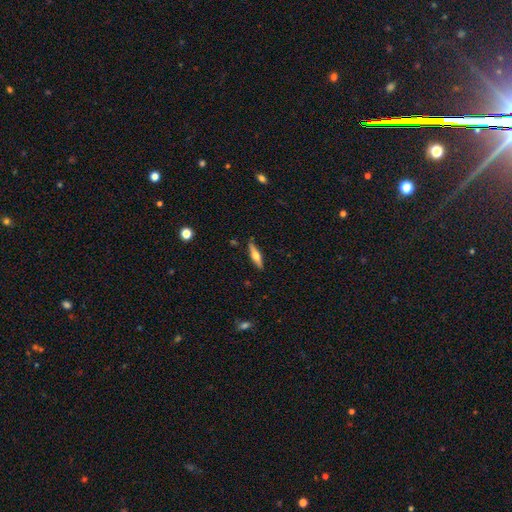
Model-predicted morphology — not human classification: A featured or disk galaxy (53%) viewed edge-on (94%).

Vote fractions:
- Smooth or featured? featured or disk: 53% / smooth: 42% / star or artifact: 6%
- Edge-on disk? yes: 94% / no: 6%
- Merging? none: 88% / minor disturbance: 9% / major disturbance: 2% / merger: 2%